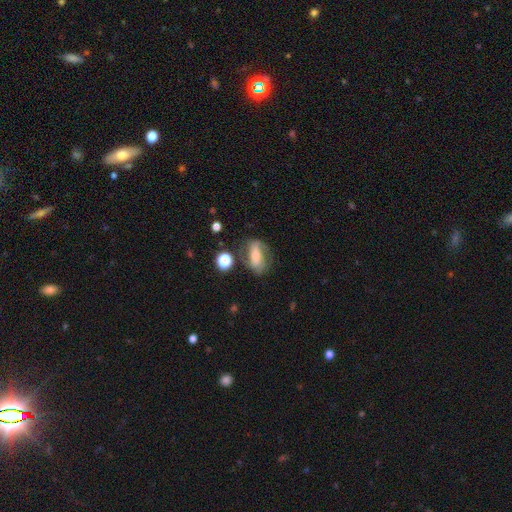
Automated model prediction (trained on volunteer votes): Morphology: type=featured or disk (63%); edge-on=no (89%); bar=strong (48%); spiral arms=yes (78%); bulge=moderate (51%); merging=none (66%).